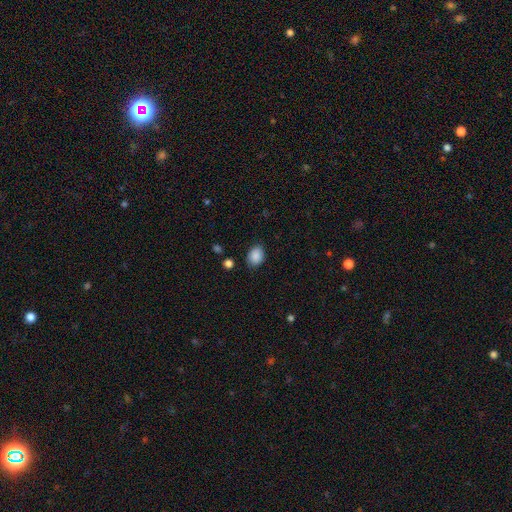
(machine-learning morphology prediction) Q: Smooth or featured?
A: smooth (88%); runner-up: star or artifact (8%)
Q: How rounded?
A: in between (69%); runner-up: round (30%)
Q: Merging?
A: none (82%); runner-up: minor disturbance (13%)